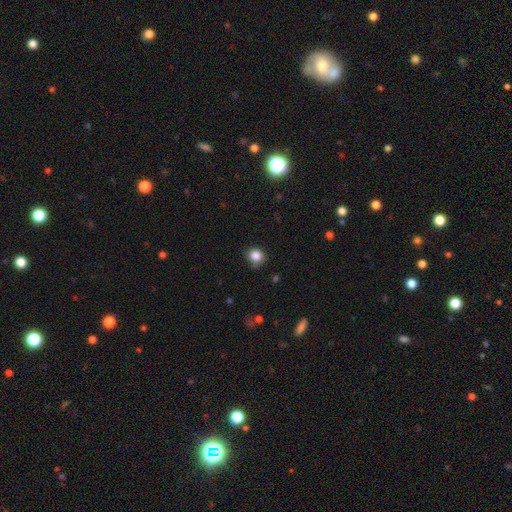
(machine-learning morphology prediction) smooth-or-featured: smooth: 84% | star or artifact: 11% | featured or disk: 5%
  how-rounded: round: 78% | in between: 21% | cigar-shaped: 1%
  merging: none: 79% | minor disturbance: 16% | major disturbance: 3% | merger: 3%